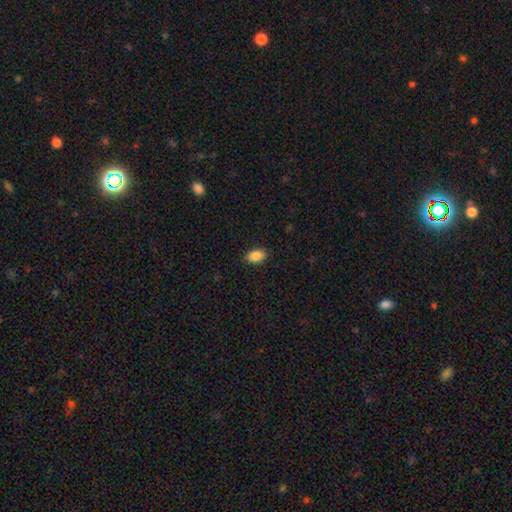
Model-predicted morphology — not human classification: A smooth galaxy with no disk features (88%) that is in between round and cigar-shaped (91%).

Vote fractions:
- Smooth or featured? smooth: 88% / star or artifact: 8% / featured or disk: 4%
- How rounded? in between: 91% / round: 7% / cigar-shaped: 2%
- Merging? none: 89% / minor disturbance: 8% / major disturbance: 2% / merger: 1%